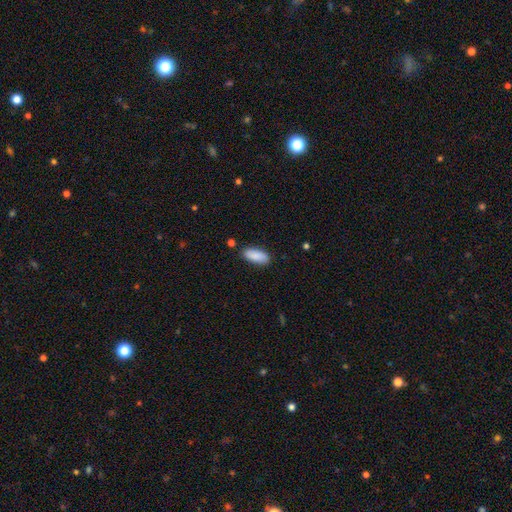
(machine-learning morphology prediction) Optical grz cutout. It shows a smooth galaxy with no disk features (89%) that is in between round and cigar-shaped (83%). Merging: none (84%).